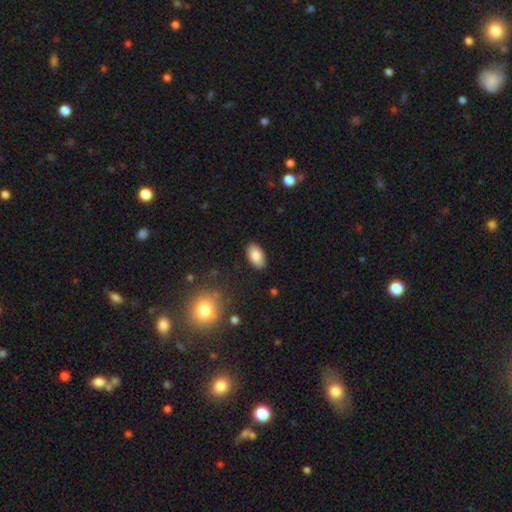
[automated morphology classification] type=smooth (86%); roundness=in between (94%); merging=none (88%).